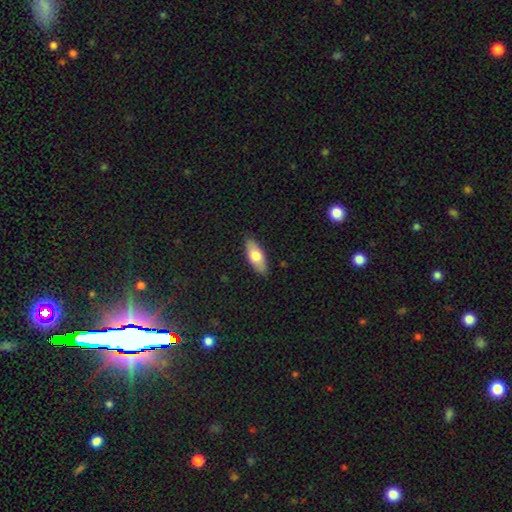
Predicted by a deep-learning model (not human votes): smooth_or_featured: smooth (p=0.70) [alt: featured or disk p=0.24]
how_rounded: in between (p=0.79) [alt: cigar-shaped p=0.19]
merging: none (p=0.87) [alt: minor disturbance p=0.10]